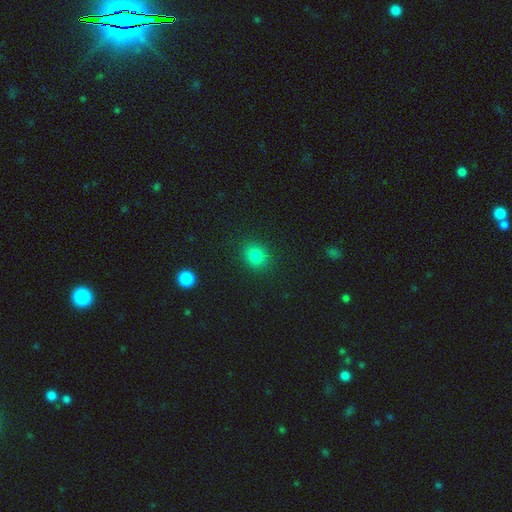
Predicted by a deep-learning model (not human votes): Smooth or featured?
  - smooth: 81% *
  - star or artifact: 13%
  - featured or disk: 6%
How rounded?
  - round: 70% *
  - in between: 29%
  - cigar-shaped: 1%
Merging?
  - none: 87% *
  - minor disturbance: 9%
  - major disturbance: 3%
  - merger: 2%